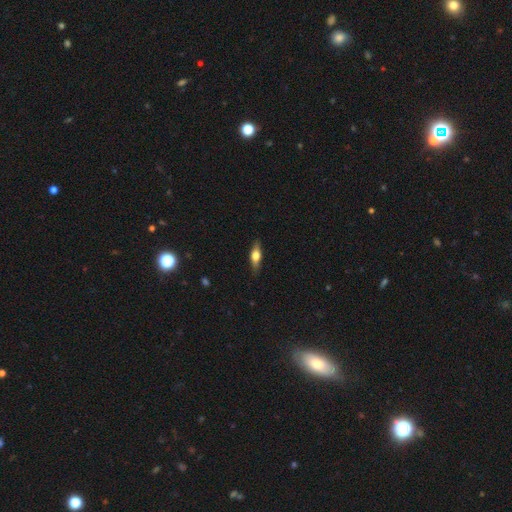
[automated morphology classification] Smooth or featured?
  - smooth: 48% *
  - featured or disk: 46%
  - star or artifact: 7%
Merging?
  - none: 85% *
  - minor disturbance: 12%
  - major disturbance: 2%
  - merger: 1%